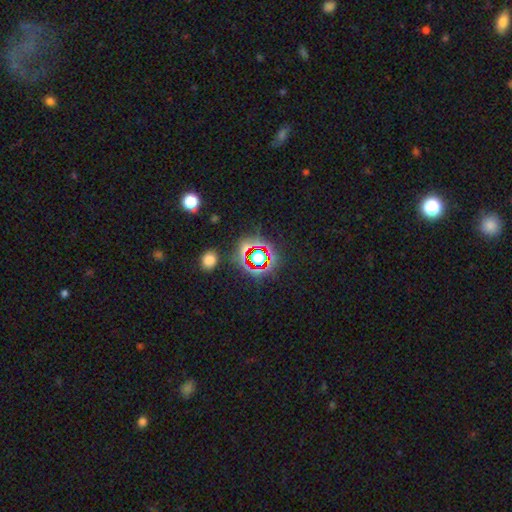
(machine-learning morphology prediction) Smooth or featured?
  - star or artifact: 74% *
  - smooth: 16%
  - featured or disk: 10%